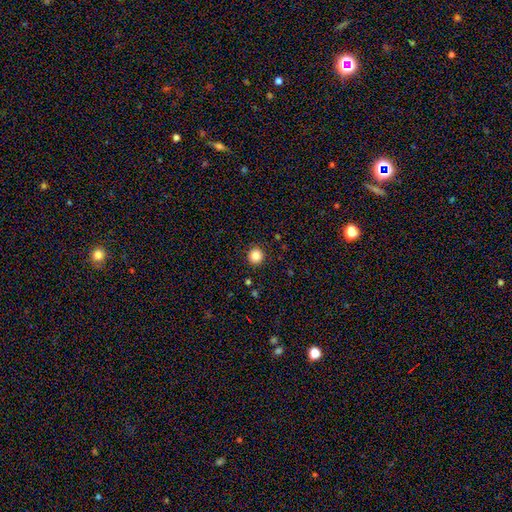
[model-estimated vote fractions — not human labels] Smooth or featured? smooth (85%)
How rounded? round (94%)
Merging? none (92%)